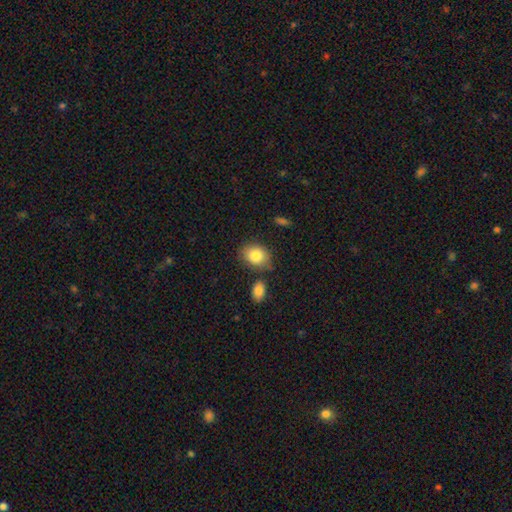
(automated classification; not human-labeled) Overall: smooth (84%). How rounded: in between (63%; round 36%). Merging: none (69%).